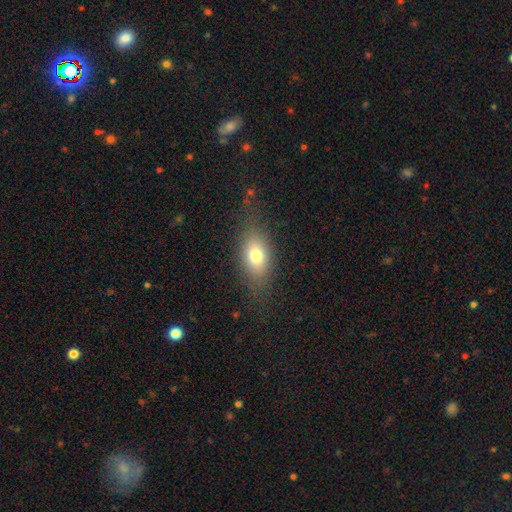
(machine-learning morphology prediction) Q: Smooth or featured?
A: smooth (73%); runner-up: featured or disk (17%)
Q: How rounded?
A: in between (80%); runner-up: round (14%)
Q: Merging?
A: none (75%); runner-up: minor disturbance (16%)